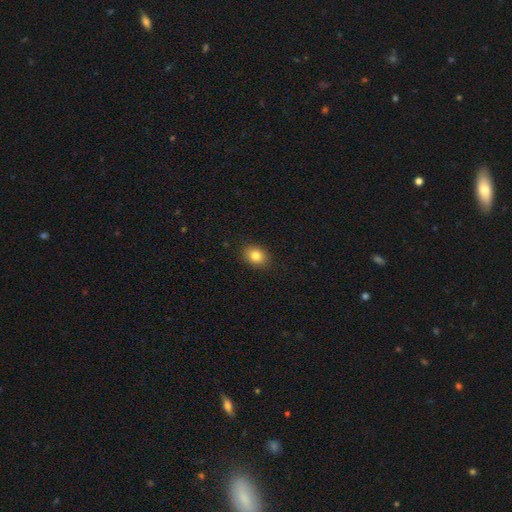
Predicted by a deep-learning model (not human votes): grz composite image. It shows a smooth galaxy with no disk features (83%) that is in between round and cigar-shaped (60%). Merging: none (89%).